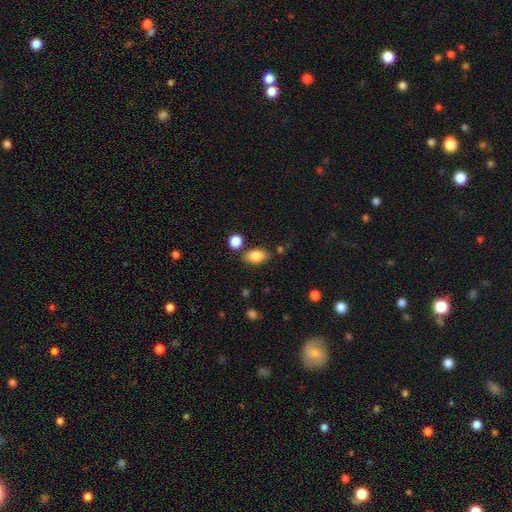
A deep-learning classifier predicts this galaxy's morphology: A smooth galaxy with no disk features (86%) that is in between round and cigar-shaped (89%).

Vote fractions:
- Smooth or featured? smooth: 86% / star or artifact: 8% / featured or disk: 6%
- How rounded? in between: 89% / round: 8% / cigar-shaped: 2%
- Merging? none: 79% / minor disturbance: 12% / merger: 7% / major disturbance: 3%